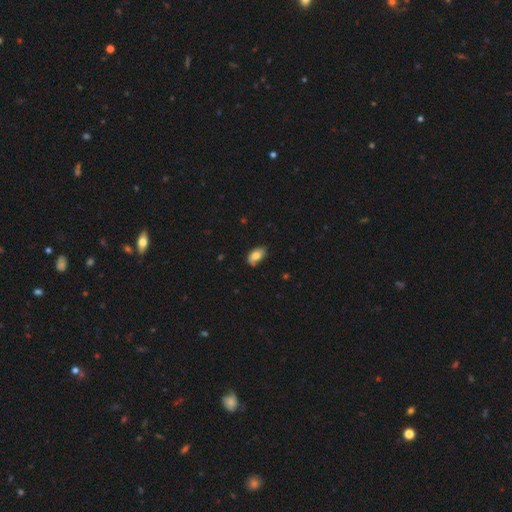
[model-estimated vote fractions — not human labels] The model was most divided on "merging": none: 72%, minor disturbance: 23%, major disturbance: 3%, merger: 2%. More confident: how rounded — in between (92%); smooth or featured — smooth (77%).